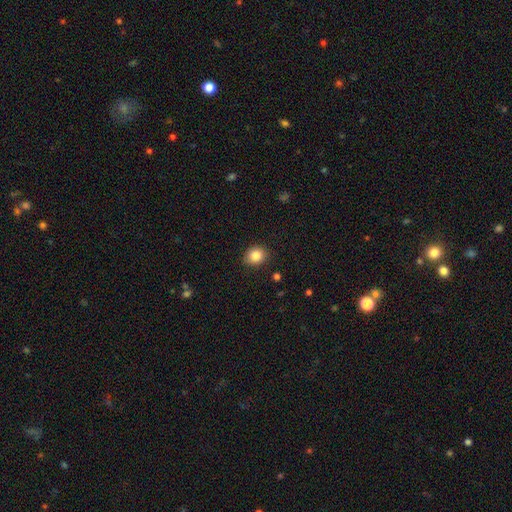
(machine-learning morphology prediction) smooth_or_featured: smooth (p=0.85) [alt: star or artifact p=0.09]
how_rounded: round (p=0.68) [alt: in between p=0.31]
merging: none (p=0.88) [alt: minor disturbance p=0.09]